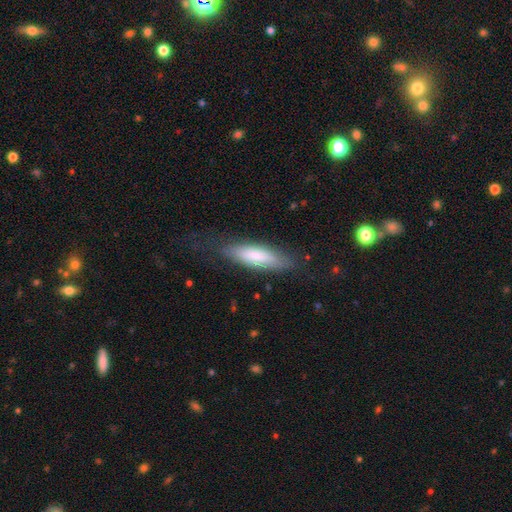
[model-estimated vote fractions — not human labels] smooth 75%, featured or disk 19%, star or artifact 6%. Down the decision tree: how rounded — cigar-shaped (52%); merging — none (71%).